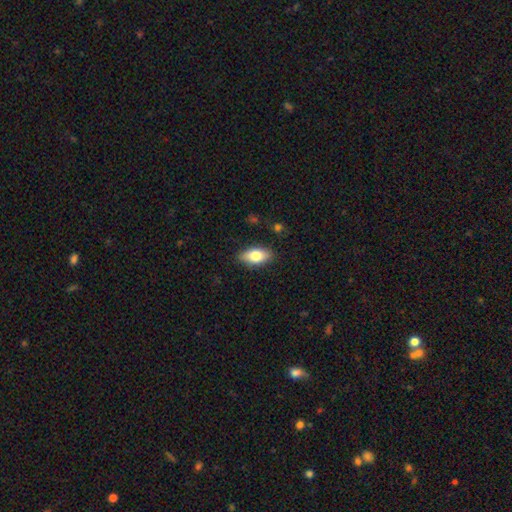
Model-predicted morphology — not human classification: Smooth or featured?
  - smooth: 78% *
  - featured or disk: 16%
  - star or artifact: 7%
How rounded?
  - in between: 88% *
  - cigar-shaped: 7%
  - round: 5%
Merging?
  - none: 85% *
  - minor disturbance: 11%
  - major disturbance: 2%
  - merger: 1%